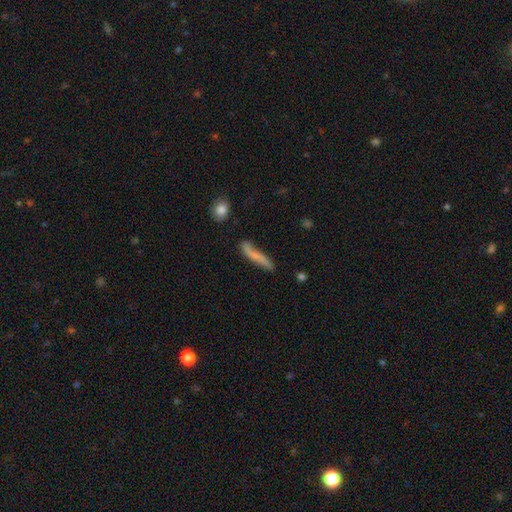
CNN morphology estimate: Smooth or featured?
  - smooth: 55% *
  - featured or disk: 37%
  - star or artifact: 7%
How rounded?
  - cigar-shaped: 87% *
  - in between: 11%
  - round: 3%
Merging?
  - none: 59% *
  - minor disturbance: 27%
  - major disturbance: 9%
  - merger: 5%